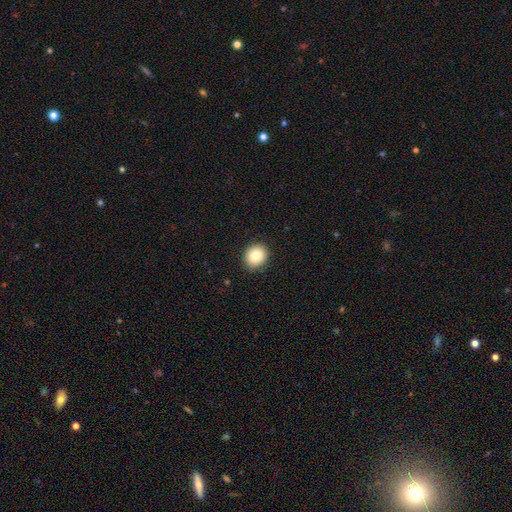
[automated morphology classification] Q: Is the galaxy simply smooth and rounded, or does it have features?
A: smooth — 81%.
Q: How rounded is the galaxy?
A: round — 76%.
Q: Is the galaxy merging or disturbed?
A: none — 90%.